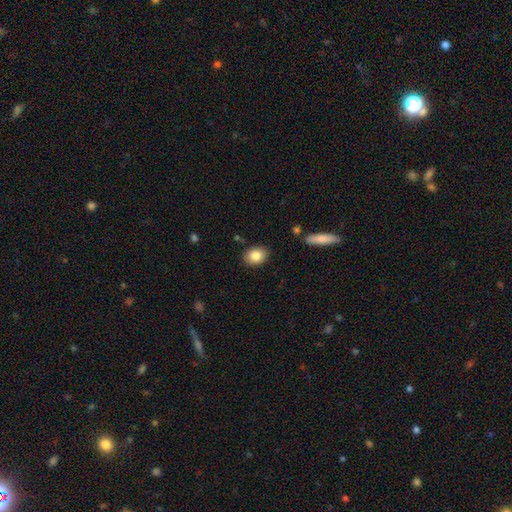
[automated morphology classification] Q: Smooth or featured?
A: smooth (84%); runner-up: featured or disk (8%)
Q: How rounded?
A: in between (65%); runner-up: round (33%)
Q: Merging?
A: none (86%); runner-up: minor disturbance (10%)